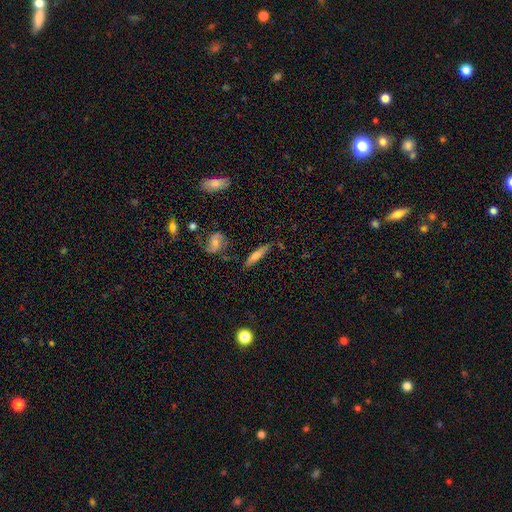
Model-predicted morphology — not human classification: Smooth or featured? smooth (58%)
How rounded? cigar-shaped (81%)
Merging? none (73%)